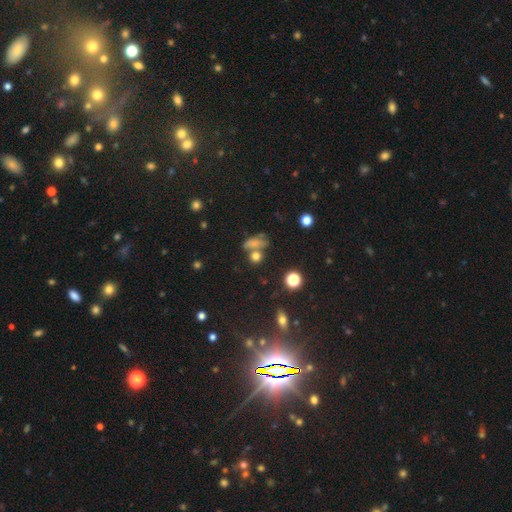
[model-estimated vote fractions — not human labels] Smooth or featured: smooth — 67% (star or artifact — 20%)
How rounded: round — 53% (in between — 39%)
Merging: none — 51% (merger — 28%)